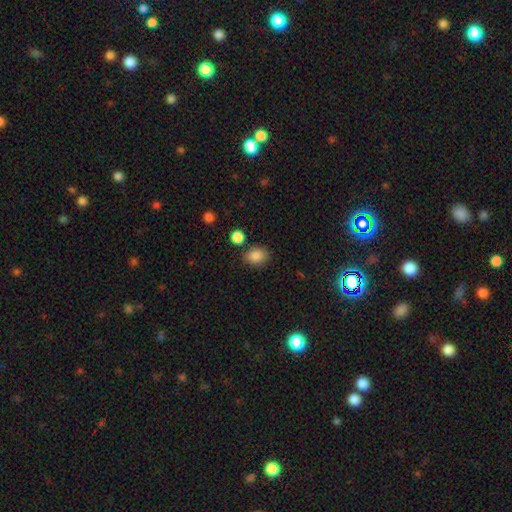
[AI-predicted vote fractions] smooth-or-featured: smooth: 85% | star or artifact: 10% | featured or disk: 5%
  how-rounded: in between: 56% | round: 43% | cigar-shaped: 1%
  merging: none: 80% | minor disturbance: 12% | merger: 5% | major disturbance: 3%